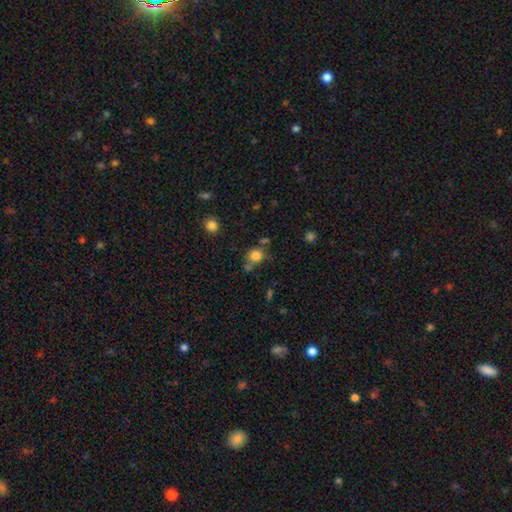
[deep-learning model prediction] A smooth galaxy with no disk features (81%) that is round (80%). Merging: none (61%).